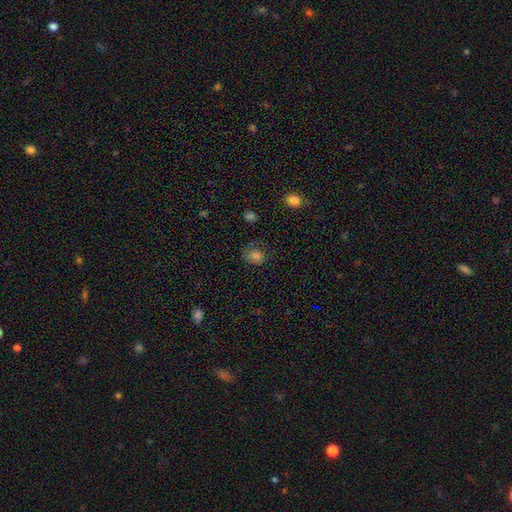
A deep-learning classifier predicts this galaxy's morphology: A smooth galaxy with no disk features (77%) that is round (56%). Merging: none (67%).